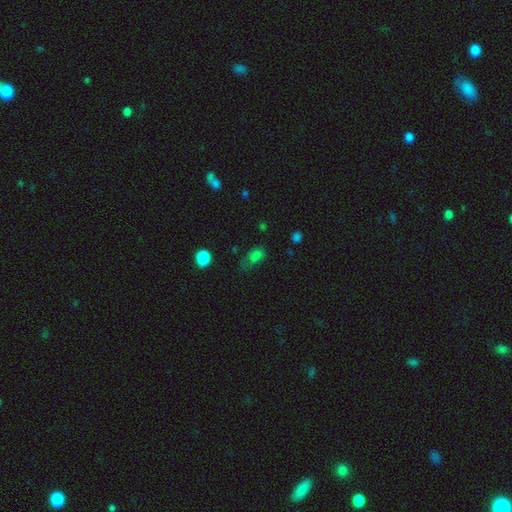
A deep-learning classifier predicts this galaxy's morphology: Smooth or featured?
  - smooth: 72% *
  - star or artifact: 17%
  - featured or disk: 11%
How rounded?
  - in between: 80% *
  - round: 15%
  - cigar-shaped: 5%
Merging?
  - none: 44% *
  - minor disturbance: 28%
  - major disturbance: 22%
  - merger: 6%